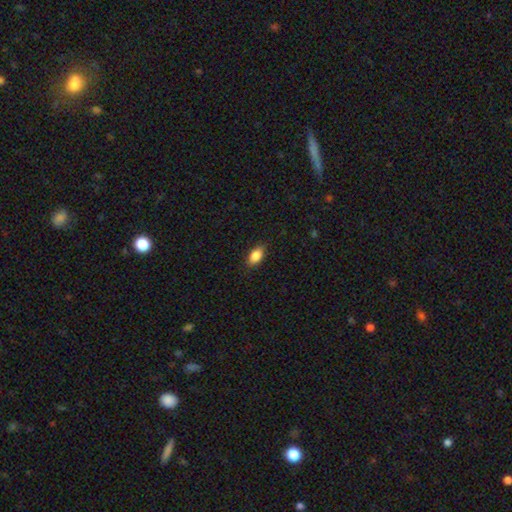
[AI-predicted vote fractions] smooth-or-featured: smooth: 87% | star or artifact: 7% | featured or disk: 6%
  how-rounded: in between: 89% | round: 6% | cigar-shaped: 5%
  merging: none: 85% | minor disturbance: 11% | major disturbance: 2% | merger: 1%